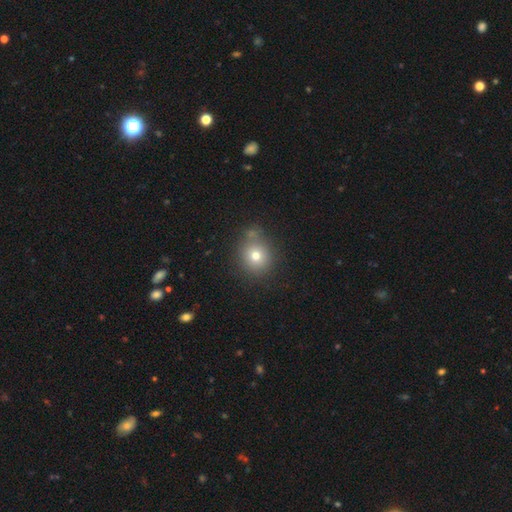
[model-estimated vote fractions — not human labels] Smooth or featured? Predicted: smooth (p=0.74). How rounded? Predicted: round (p=0.85). Merging? Predicted: none (p=0.73).